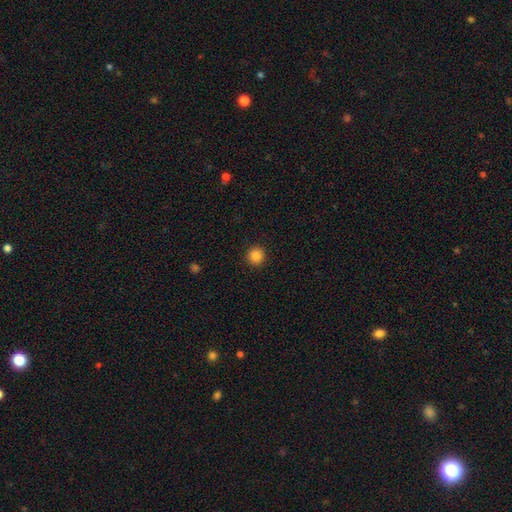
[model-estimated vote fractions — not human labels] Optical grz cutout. It shows a smooth galaxy with no disk features (86%) that is round (95%). Merging: none (93%).